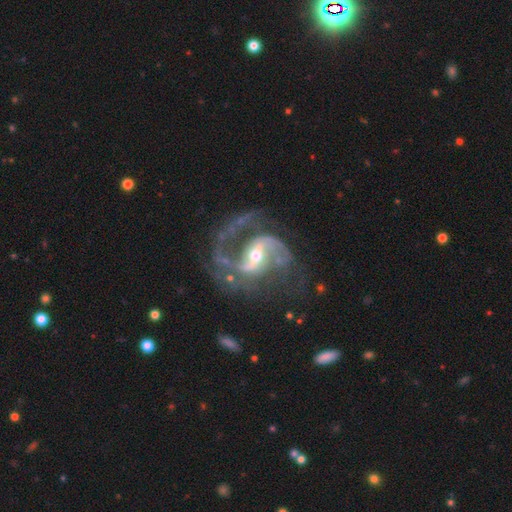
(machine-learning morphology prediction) The model was most divided on "bar": weak: 43%, strong: 38%, no: 19%. More confident: edge-on disk — no (98%); spiral arms — yes (97%); smooth or featured — featured or disk (92%); spiral arm count — 2 (87%); merging — none (57%); spiral winding — medium (52%); bulge size — moderate (51%).